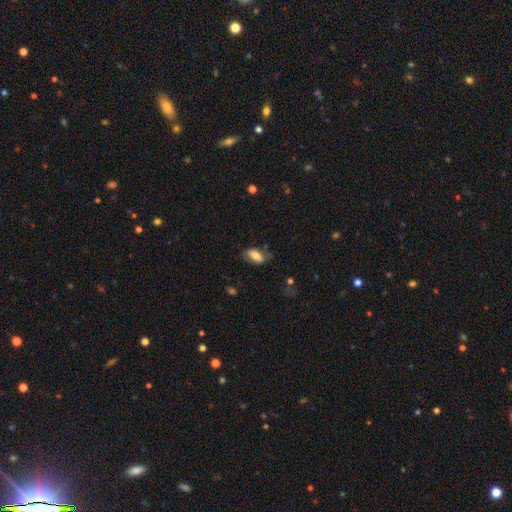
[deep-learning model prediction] smooth 69%, featured or disk 24%, star or artifact 7%. Down the decision tree: how rounded — in between (89%); merging — none (64%).